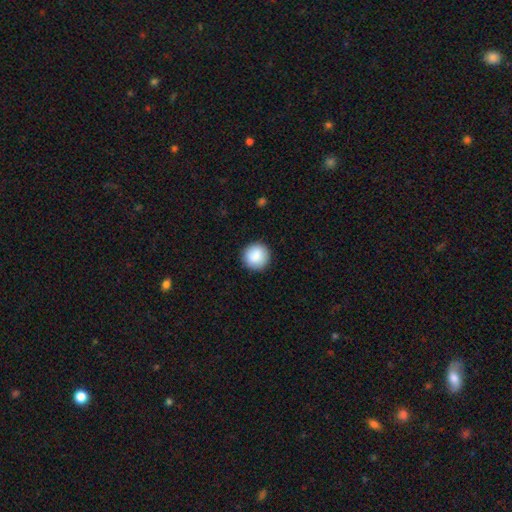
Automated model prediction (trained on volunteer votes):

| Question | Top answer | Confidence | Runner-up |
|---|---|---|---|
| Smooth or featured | smooth | 89% | star or artifact (7%) |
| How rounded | round | 95% | in between (4%) |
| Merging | none | 92% | minor disturbance (6%) |